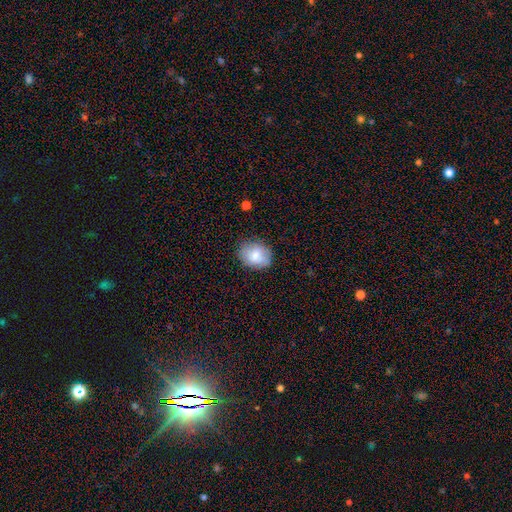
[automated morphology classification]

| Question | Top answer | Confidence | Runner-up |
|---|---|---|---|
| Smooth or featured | smooth | 75% | featured or disk (17%) |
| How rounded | in between | 59% | round (40%) |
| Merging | none | 78% | minor disturbance (17%) |